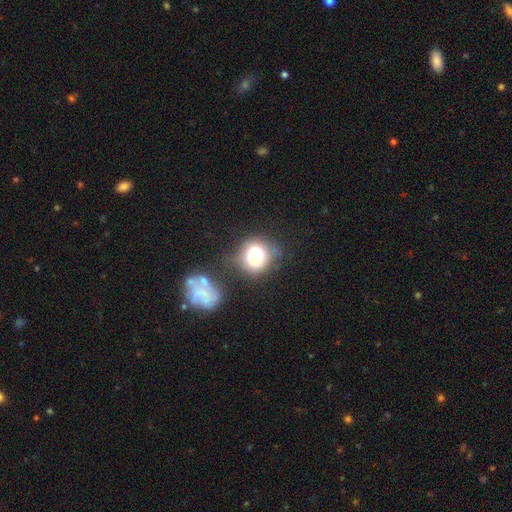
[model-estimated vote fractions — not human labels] A smooth galaxy with no disk features (75%) that is round (80%). Merging: none (57%).